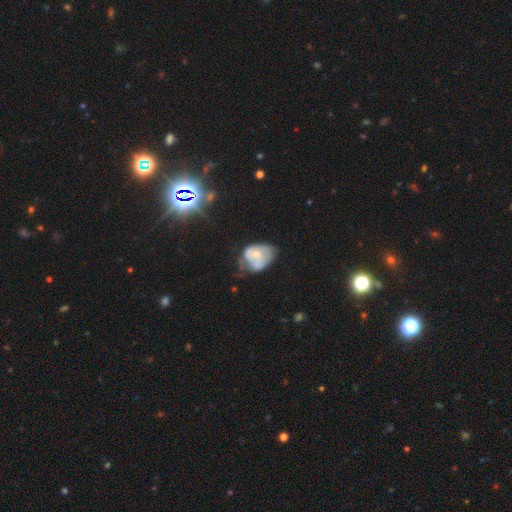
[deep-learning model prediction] Smooth or featured? smooth (47%)
Merging? minor disturbance (38%)